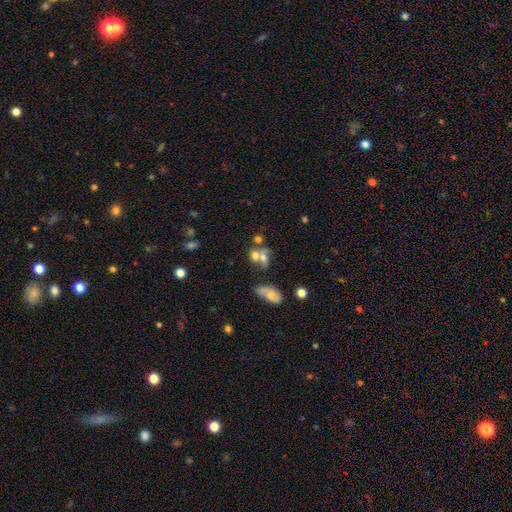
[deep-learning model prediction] A smooth galaxy with no disk features (61%) that is in between round and cigar-shaped (49%). Merging: merger (58%).